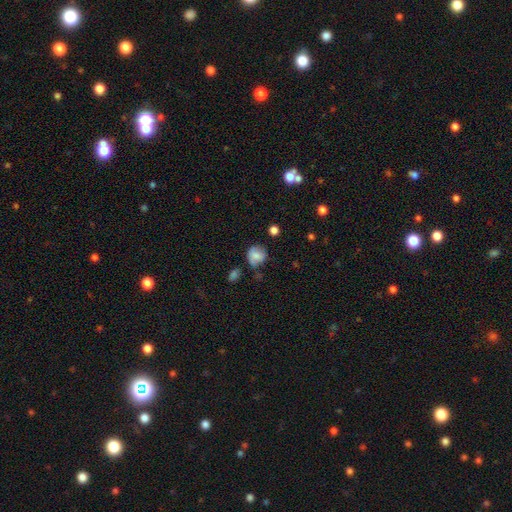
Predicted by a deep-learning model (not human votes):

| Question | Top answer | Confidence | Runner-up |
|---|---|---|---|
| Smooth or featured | smooth | 74% | featured or disk (17%) |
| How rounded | round | 76% | in between (23%) |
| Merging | none | 53% | minor disturbance (32%) |